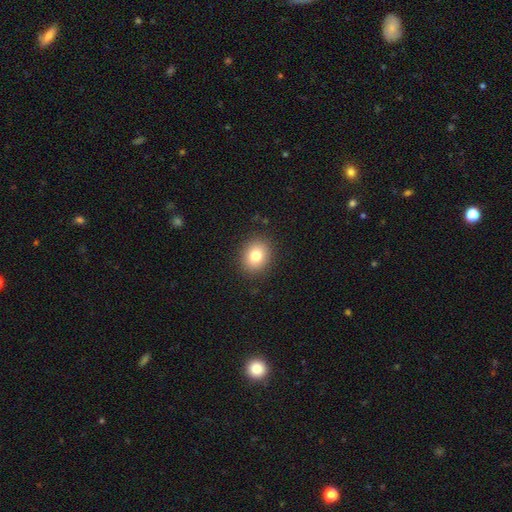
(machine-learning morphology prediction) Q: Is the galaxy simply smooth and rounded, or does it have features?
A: smooth — 80%.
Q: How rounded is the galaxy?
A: round — 62%.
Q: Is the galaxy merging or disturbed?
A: none — 89%.